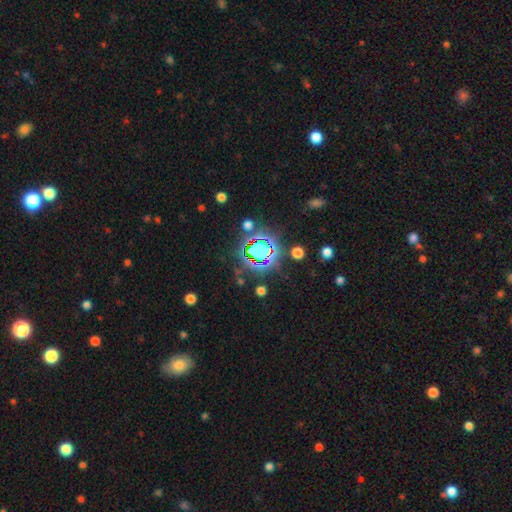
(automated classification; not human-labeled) A star or artifact, not a galaxy (77%).

Vote fractions:
- Smooth or featured? star or artifact: 77% / smooth: 14% / featured or disk: 9%